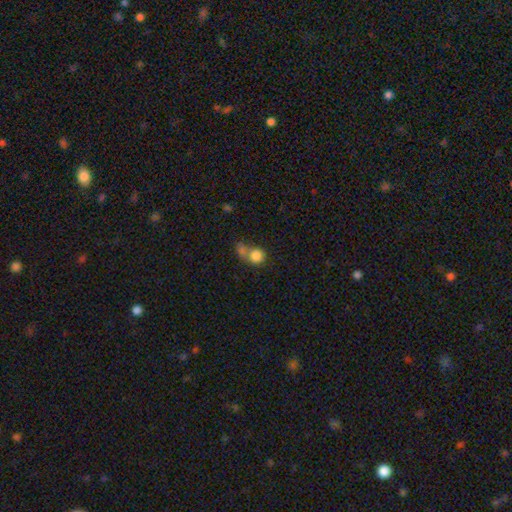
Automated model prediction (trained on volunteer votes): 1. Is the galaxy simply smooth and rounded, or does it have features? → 82% smooth, 10% star or artifact, 8% featured or disk.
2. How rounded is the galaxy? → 78% round, 21% in between, 1% cigar-shaped.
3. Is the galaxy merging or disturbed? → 49% merger, 33% none, 10% minor disturbance, 7% major disturbance.